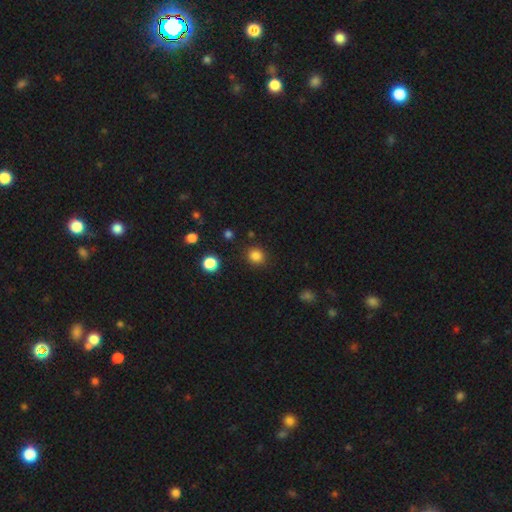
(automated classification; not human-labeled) This is clearly a smooth galaxy (84%). How rounded: clearly round (84%). Merging: clearly none (88%).